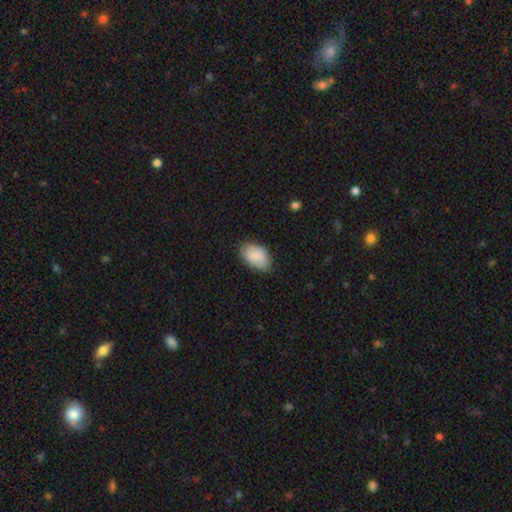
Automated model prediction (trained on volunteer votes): Overall: smooth (81%). How rounded: in between (92%). Merging: none (75%).